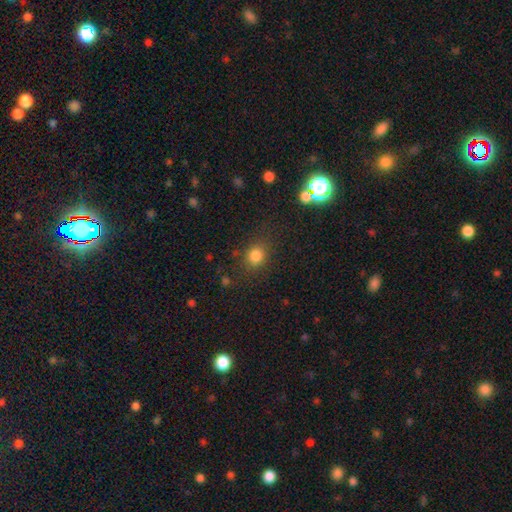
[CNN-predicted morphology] The model was most divided on "how rounded": round: 69%, in between: 29%, cigar-shaped: 1%. More confident: smooth or featured — smooth (81%); merging — none (79%).